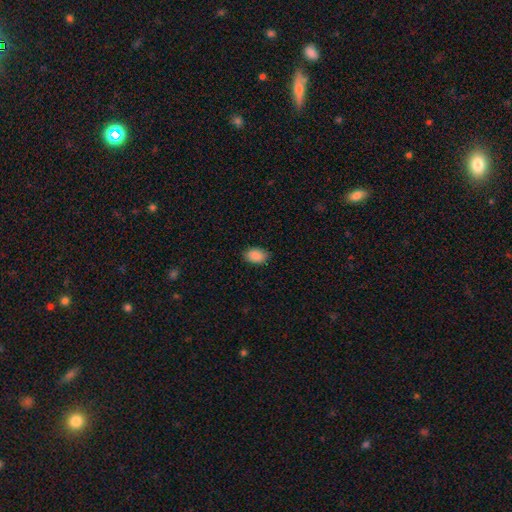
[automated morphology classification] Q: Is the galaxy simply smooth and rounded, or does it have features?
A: smooth — 90%.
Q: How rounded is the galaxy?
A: in between — 84%.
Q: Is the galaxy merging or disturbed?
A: none — 86%.